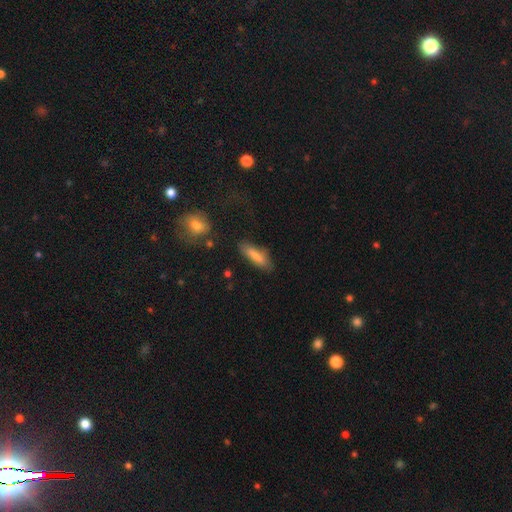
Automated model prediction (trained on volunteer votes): smooth-or-featured: smooth: 80% | featured or disk: 13% | star or artifact: 7%
  how-rounded: cigar-shaped: 57% | in between: 41% | round: 2%
  merging: none: 73% | minor disturbance: 19% | major disturbance: 5% | merger: 4%